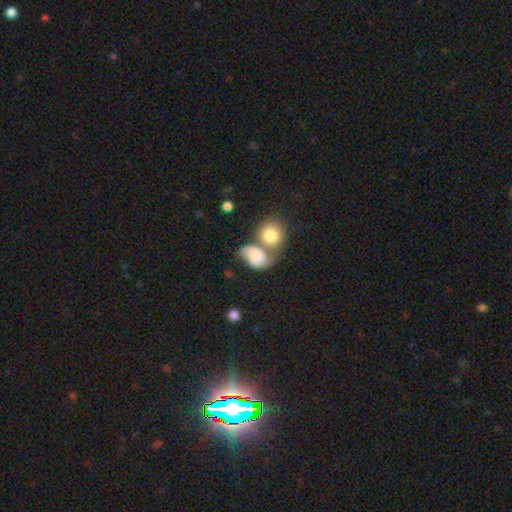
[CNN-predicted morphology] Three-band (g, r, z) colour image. It shows a smooth galaxy with no disk features (52%) that is in between round and cigar-shaped (59%). Merging: merger (55%).